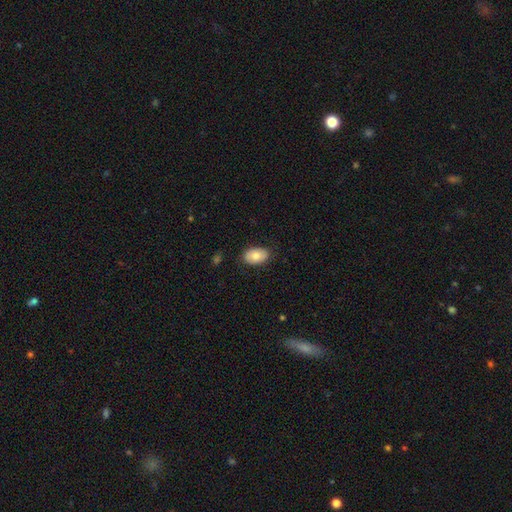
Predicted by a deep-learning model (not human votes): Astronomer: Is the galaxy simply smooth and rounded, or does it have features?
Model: smooth — 78%.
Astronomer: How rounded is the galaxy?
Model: in between — 91%.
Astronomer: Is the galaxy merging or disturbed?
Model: none — 83%.